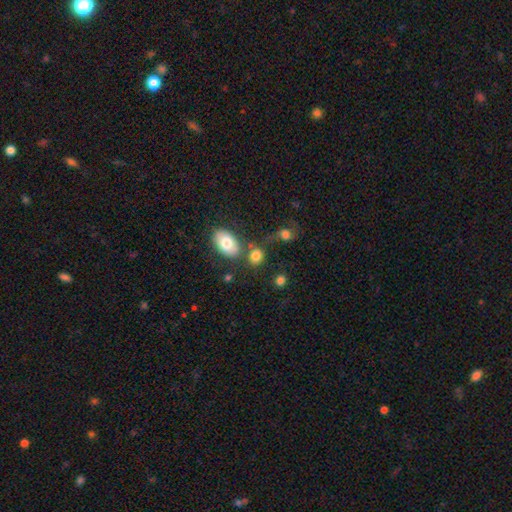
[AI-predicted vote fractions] Q: Smooth or featured?
A: smooth (82%); runner-up: star or artifact (9%)
Q: How rounded?
A: in between (55%); runner-up: round (43%)
Q: Merging?
A: none (60%); runner-up: merger (20%)